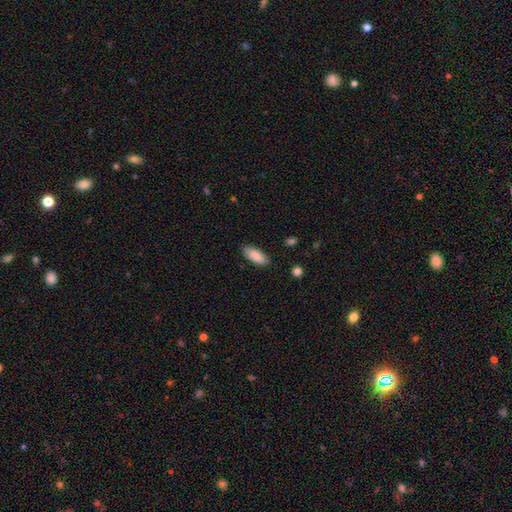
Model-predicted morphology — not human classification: Smooth or featured?
  - smooth: 89% *
  - star or artifact: 6%
  - featured or disk: 5%
How rounded?
  - in between: 78% *
  - cigar-shaped: 20%
  - round: 2%
Merging?
  - none: 85% *
  - minor disturbance: 12%
  - major disturbance: 2%
  - merger: 1%